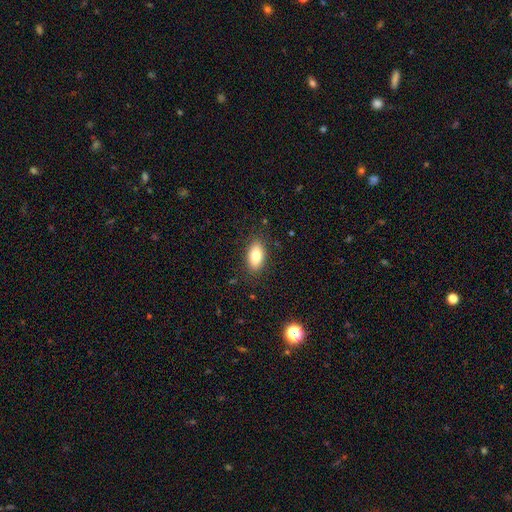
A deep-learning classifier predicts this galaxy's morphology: Q: Smooth or featured?
A: smooth (82%); runner-up: featured or disk (10%)
Q: How rounded?
A: in between (91%); runner-up: cigar-shaped (5%)
Q: Merging?
A: none (86%); runner-up: minor disturbance (11%)